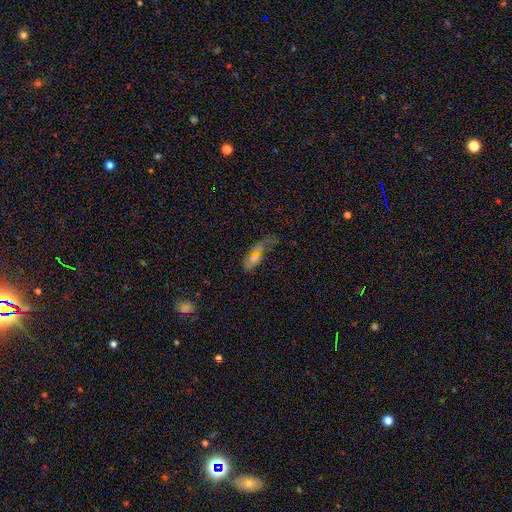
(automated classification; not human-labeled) Smooth or featured: smooth — 48% (featured or disk — 34%)
Merging: major disturbance — 33% (none — 26%)